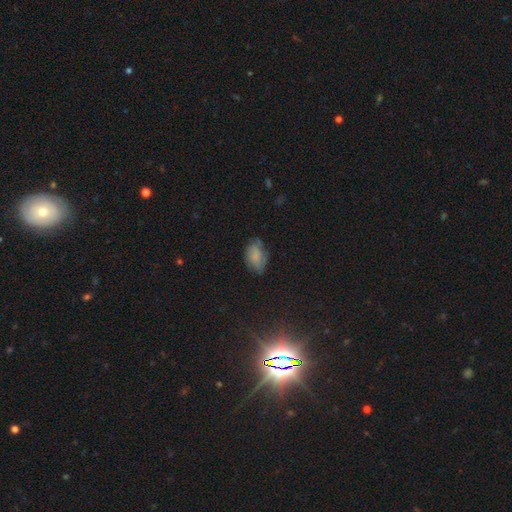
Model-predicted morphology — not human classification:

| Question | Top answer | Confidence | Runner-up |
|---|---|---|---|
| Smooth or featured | smooth | 68% | featured or disk (21%) |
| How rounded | in between | 88% | round (10%) |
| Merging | none | 61% | minor disturbance (28%) |